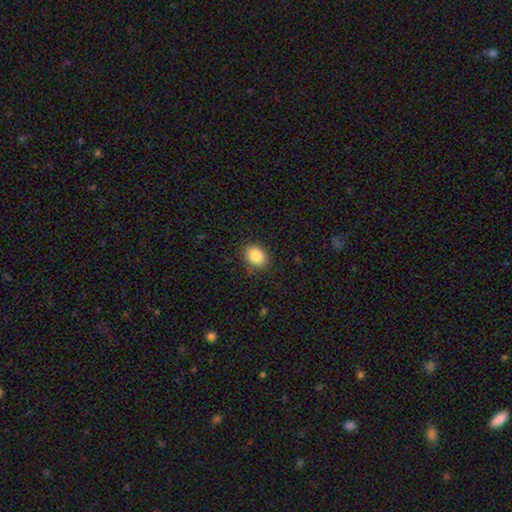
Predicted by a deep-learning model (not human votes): This is clearly a smooth galaxy (87%). How rounded: likely in between (71%). Merging: clearly none (84%).